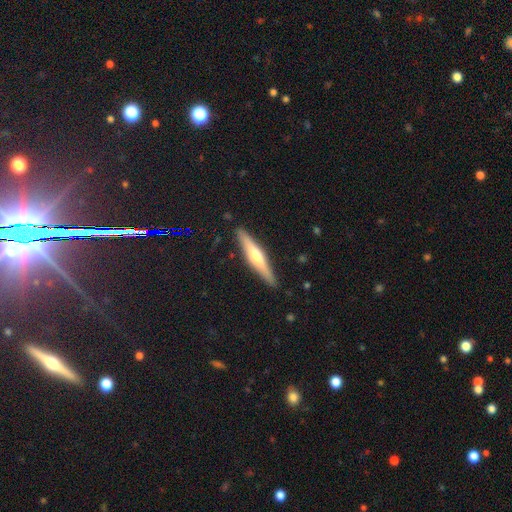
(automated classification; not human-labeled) Overall: featured or disk (60%; smooth 35%). Edge-on disk: yes (96%). Edge-on bulge: rounded (83%). Merging: none (90%).